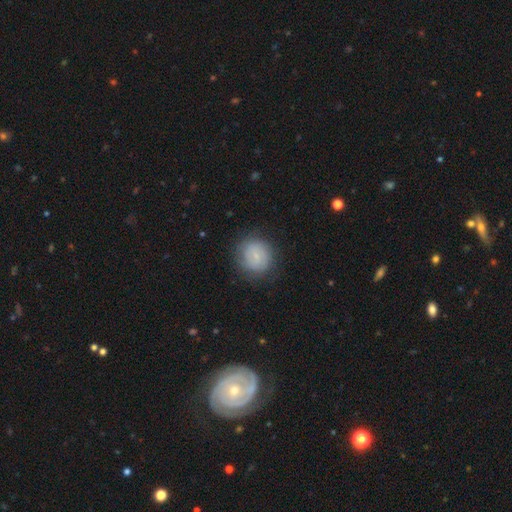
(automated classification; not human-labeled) Smooth or featured? Predicted: smooth (p=0.65). How rounded? Predicted: round (p=0.87). Merging? Predicted: none (p=0.82).